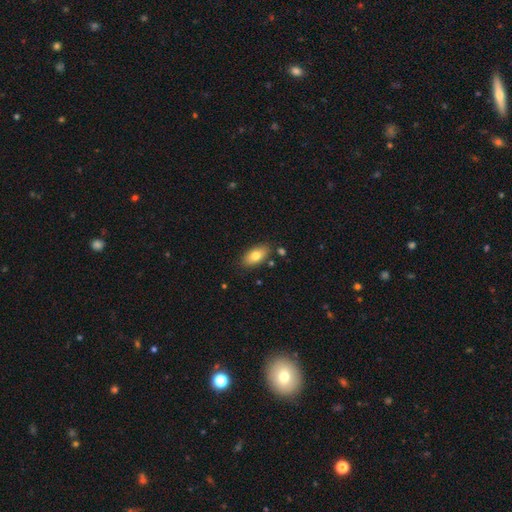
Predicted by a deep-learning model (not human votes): Smooth or featured: smooth — 76% (featured or disk — 16%)
How rounded: in between — 91% (cigar-shaped — 5%)
Merging: none — 83% (minor disturbance — 11%)